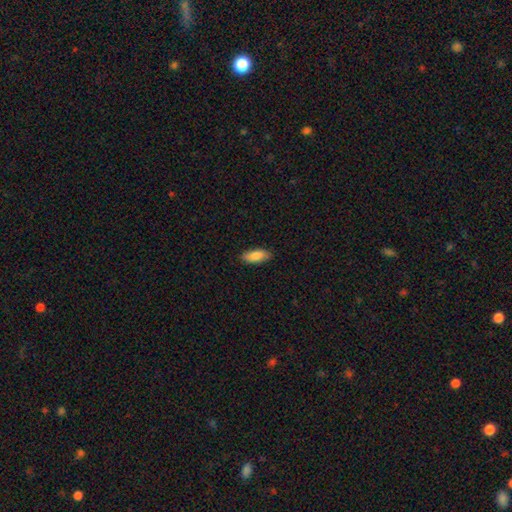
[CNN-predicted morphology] smooth_or_featured: smooth (p=0.85) [alt: featured or disk p=0.09]
how_rounded: in between (p=0.81) [alt: cigar-shaped p=0.17]
merging: none (p=0.88) [alt: minor disturbance p=0.10]